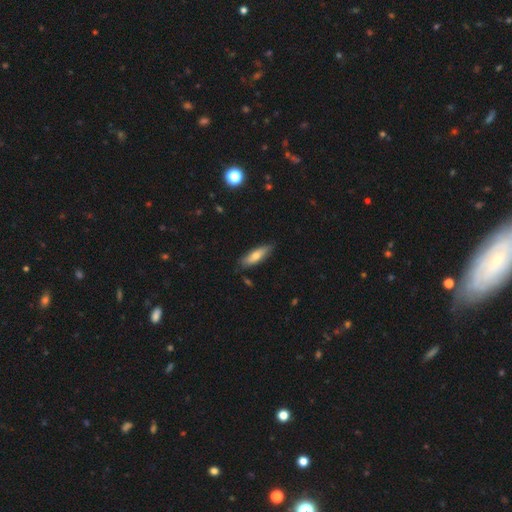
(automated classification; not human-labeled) This appears to be a smooth galaxy with no disk features (68%) that is in between round and cigar-shaped (50%). Merging: none (81%).